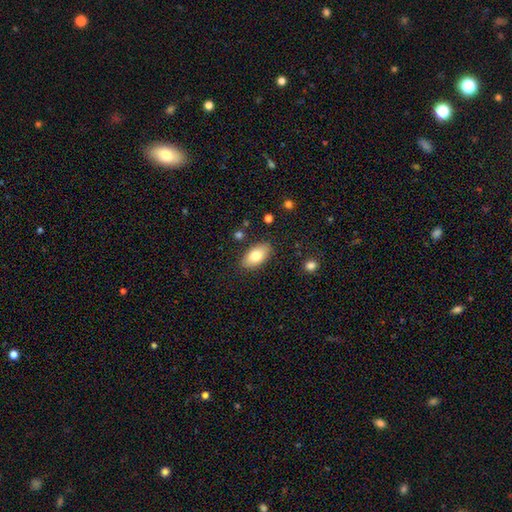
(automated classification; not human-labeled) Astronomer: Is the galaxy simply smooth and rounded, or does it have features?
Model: smooth — 77%.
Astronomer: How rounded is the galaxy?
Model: in between — 93%.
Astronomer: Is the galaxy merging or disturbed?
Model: none — 86%.